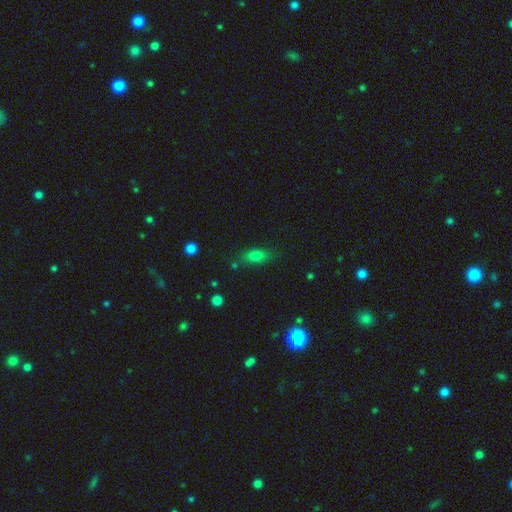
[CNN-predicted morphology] Smooth or featured? Predicted: smooth (p=0.78). How rounded? Predicted: in between (p=0.79). Merging? Predicted: none (p=0.75).